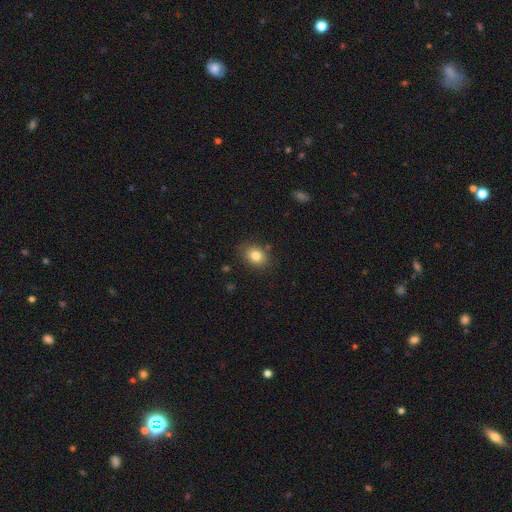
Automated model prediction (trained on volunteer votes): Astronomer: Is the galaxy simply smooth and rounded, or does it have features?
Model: smooth — 82%.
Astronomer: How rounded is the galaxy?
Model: round — 52% (runner-up: in between, 47%).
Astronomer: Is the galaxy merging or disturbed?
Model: none — 85%.